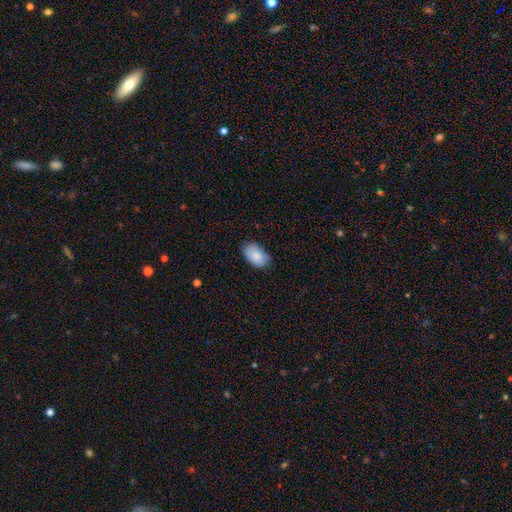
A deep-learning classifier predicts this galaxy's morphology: smooth-or-featured: smooth: 85% | featured or disk: 9% | star or artifact: 6%
  how-rounded: in between: 92% | round: 6% | cigar-shaped: 1%
  merging: none: 74% | minor disturbance: 21% | major disturbance: 4% | merger: 1%